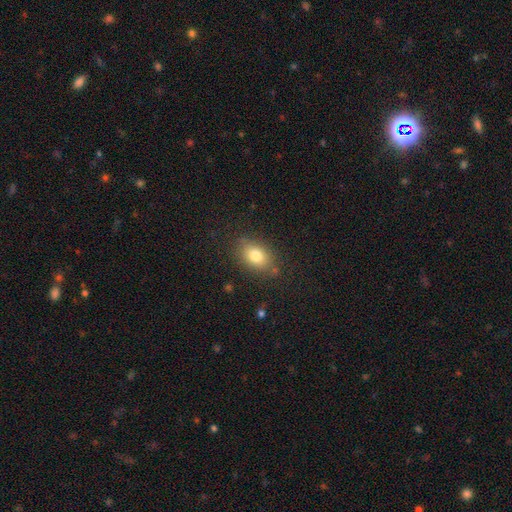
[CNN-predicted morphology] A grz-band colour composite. It shows a smooth galaxy with no disk features (79%) that is in between round and cigar-shaped (79%). Merging: none (81%).